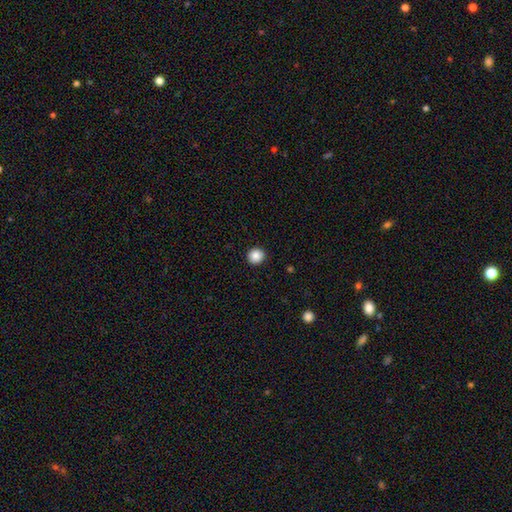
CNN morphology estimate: Smooth or featured: smooth — 87% (star or artifact — 10%)
How rounded: round — 93% (in between — 6%)
Merging: none — 93% (minor disturbance — 5%)